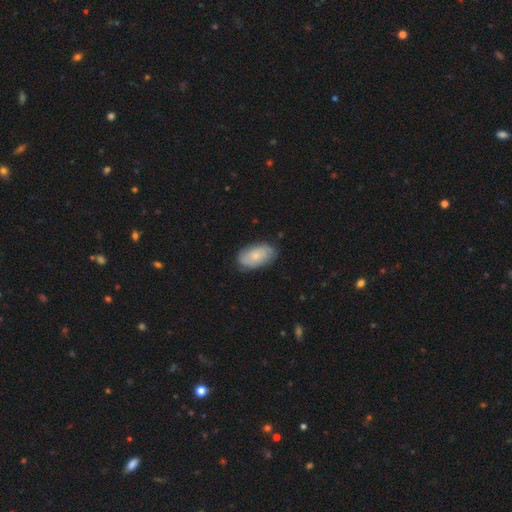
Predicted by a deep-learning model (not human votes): Morphology: type=smooth (56%); roundness=in between (93%); merging=none (80%).